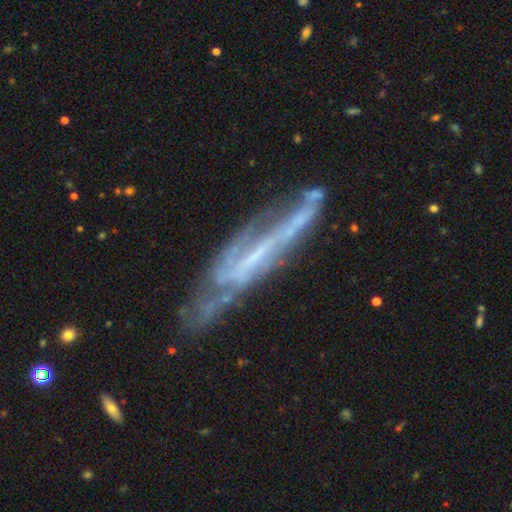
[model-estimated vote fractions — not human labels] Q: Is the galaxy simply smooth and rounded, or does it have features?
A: featured or disk — 74%.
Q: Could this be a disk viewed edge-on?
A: yes — 55%.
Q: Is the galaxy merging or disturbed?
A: none — 53%.